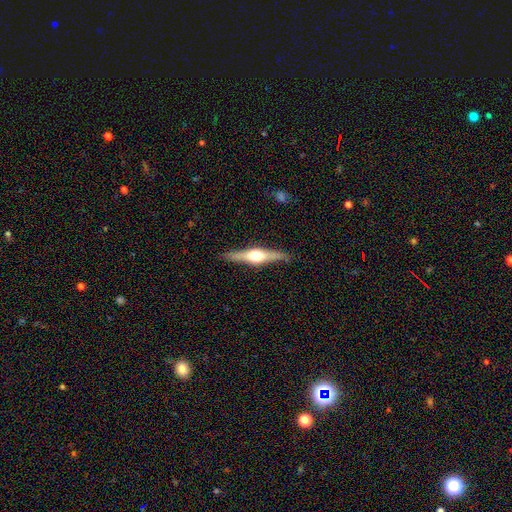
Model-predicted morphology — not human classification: The model was most divided on "smooth or featured": featured or disk: 75%, smooth: 20%, star or artifact: 5%. More confident: edge-on disk — yes (97%); edge-on bulge — rounded (94%); merging — none (89%).